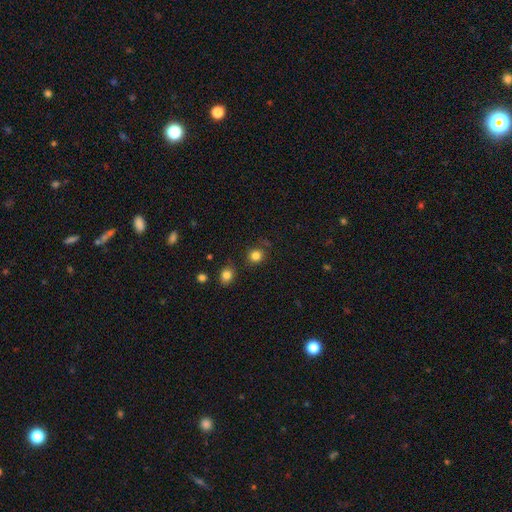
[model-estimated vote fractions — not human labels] Smooth or featured: smooth — 82% (star or artifact — 13%)
How rounded: round — 87% (in between — 12%)
Merging: none — 82% (minor disturbance — 10%)